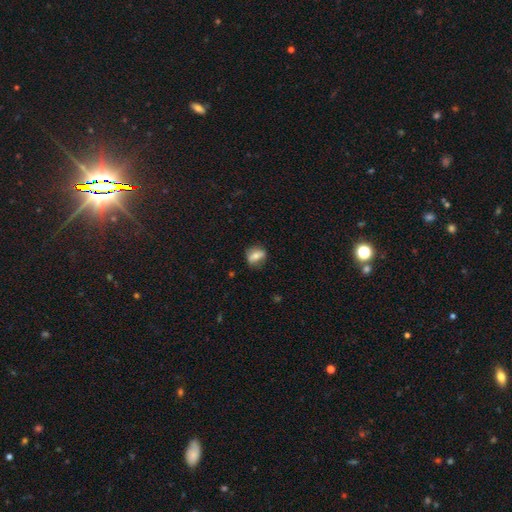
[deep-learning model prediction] This is likely a smooth galaxy (64%). How rounded: possibly in between (55%). Merging: likely none (74%).